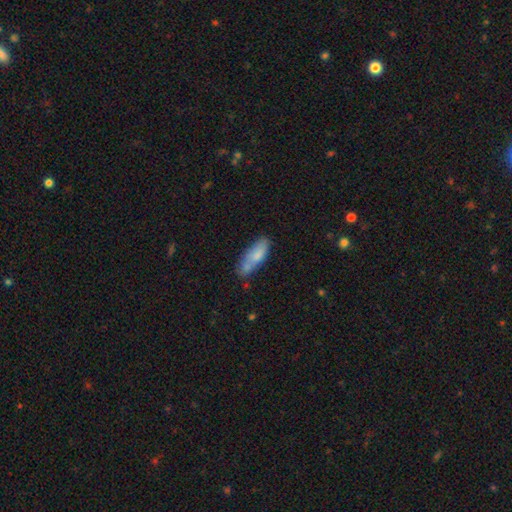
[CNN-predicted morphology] Smooth or featured?
  - smooth: 74% *
  - featured or disk: 19%
  - star or artifact: 7%
How rounded?
  - in between: 60% *
  - cigar-shaped: 38%
  - round: 2%
Merging?
  - none: 51% *
  - minor disturbance: 24%
  - merger: 18%
  - major disturbance: 7%